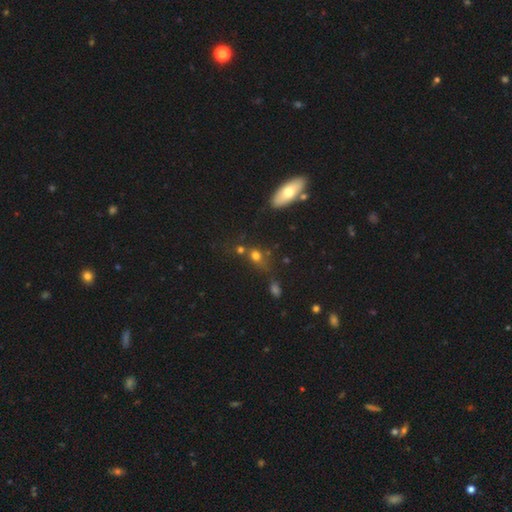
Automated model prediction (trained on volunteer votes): smooth_or_featured: smooth (p=0.70) [alt: star or artifact p=0.18]
how_rounded: round (p=0.52) [alt: in between p=0.44]
merging: none (p=0.50) [alt: merger p=0.24]